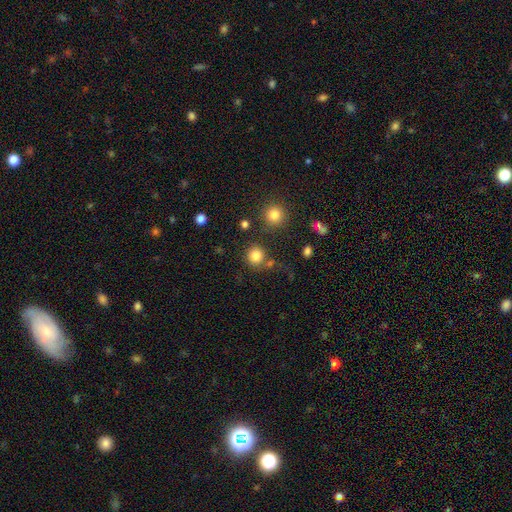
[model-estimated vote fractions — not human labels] Smooth or featured? smooth (82%)
How rounded? round (91%)
Merging? none (76%)